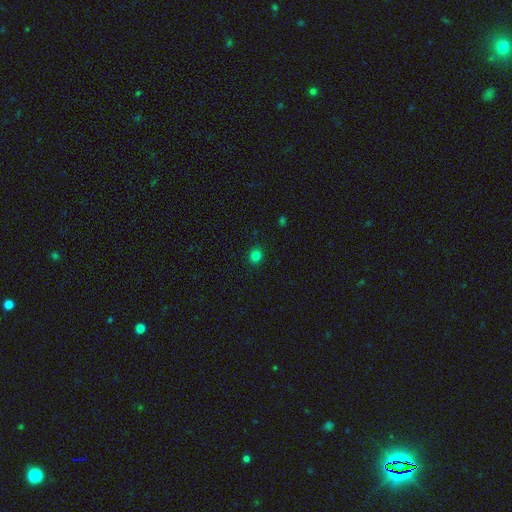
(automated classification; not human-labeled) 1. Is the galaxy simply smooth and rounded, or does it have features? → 81% smooth, 15% star or artifact, 4% featured or disk.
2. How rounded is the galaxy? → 77% round, 22% in between, 1% cigar-shaped.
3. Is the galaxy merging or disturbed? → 91% none, 6% minor disturbance, 2% major disturbance, 1% merger.